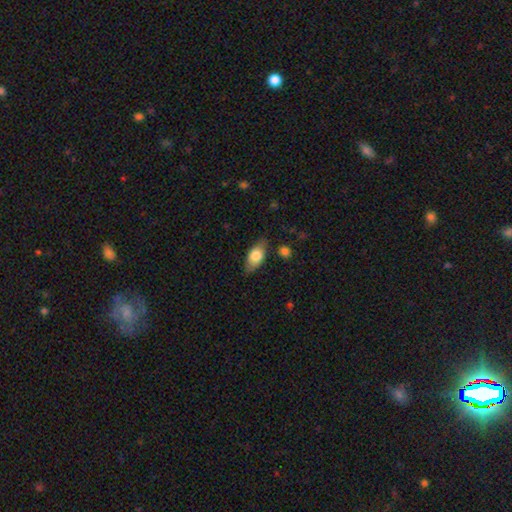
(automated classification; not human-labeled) The model was most divided on "smooth or featured": smooth: 73%, featured or disk: 20%, star or artifact: 6%. More confident: how rounded — in between (87%); merging — none (76%).